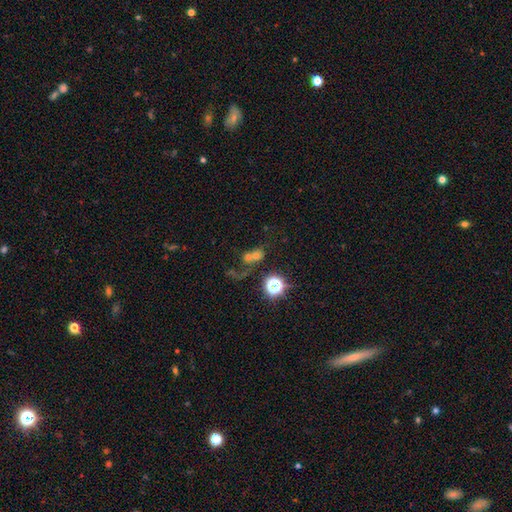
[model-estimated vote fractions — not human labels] Smooth or featured? smooth (49%)
Merging? merger (55%)